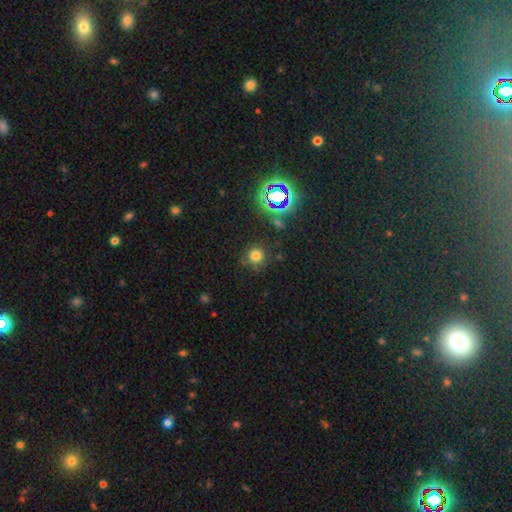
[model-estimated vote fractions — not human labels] A smooth galaxy with no disk features (70%) that is round (93%). Merging: none (84%).